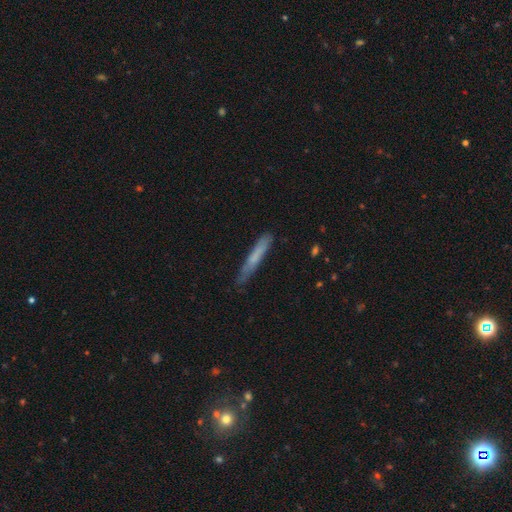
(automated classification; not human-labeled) smooth-or-featured: smooth: 66% | featured or disk: 27% | star or artifact: 6%
  how-rounded: cigar-shaped: 95% | in between: 4% | round: 1%
  merging: none: 75% | minor disturbance: 20% | major disturbance: 4% | merger: 2%